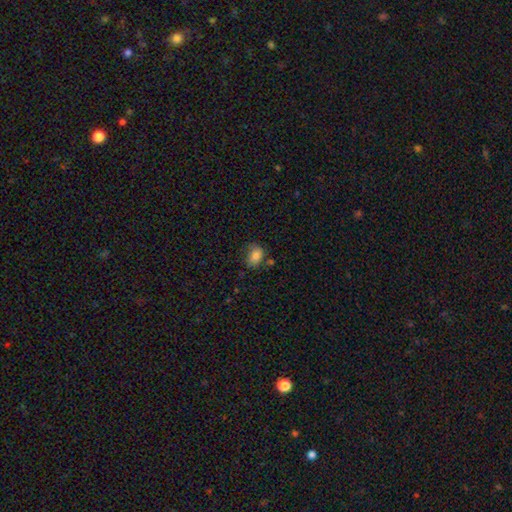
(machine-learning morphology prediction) smooth-or-featured: smooth: 80% | featured or disk: 10% | star or artifact: 9%
  how-rounded: in between: 73% | round: 26% | cigar-shaped: 1%
  merging: none: 60% | minor disturbance: 26% | major disturbance: 8% | merger: 6%